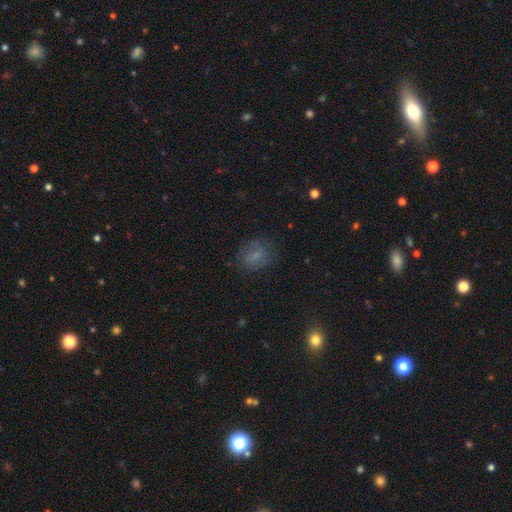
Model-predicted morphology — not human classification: The model was most divided on "how rounded": in between: 60%, round: 38%, cigar-shaped: 2%. More confident: merging — none (72%); smooth or featured — smooth (67%).